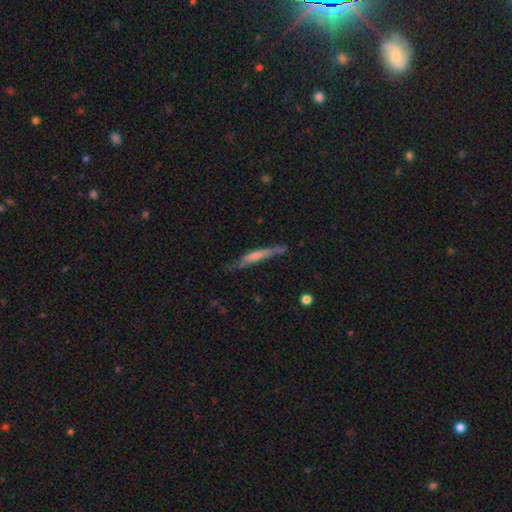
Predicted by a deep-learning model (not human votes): Q: Smooth or featured?
A: featured or disk (50%); runner-up: smooth (43%)
Q: Merging?
A: none (67%); runner-up: minor disturbance (24%)